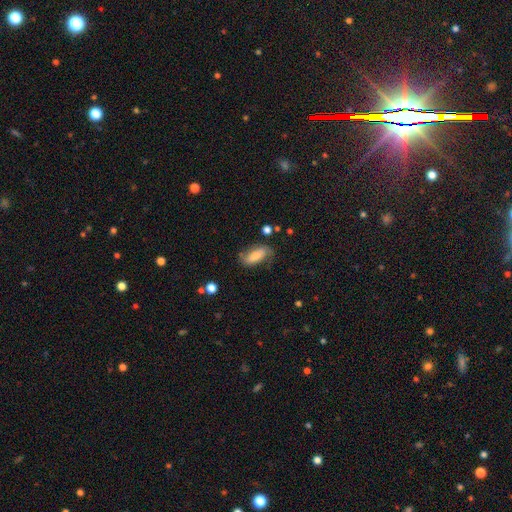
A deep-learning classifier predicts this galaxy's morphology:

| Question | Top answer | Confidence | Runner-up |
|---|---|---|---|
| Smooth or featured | smooth | 63% | featured or disk (29%) |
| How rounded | in between | 81% | cigar-shaped (15%) |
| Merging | none | 64% | minor disturbance (24%) |